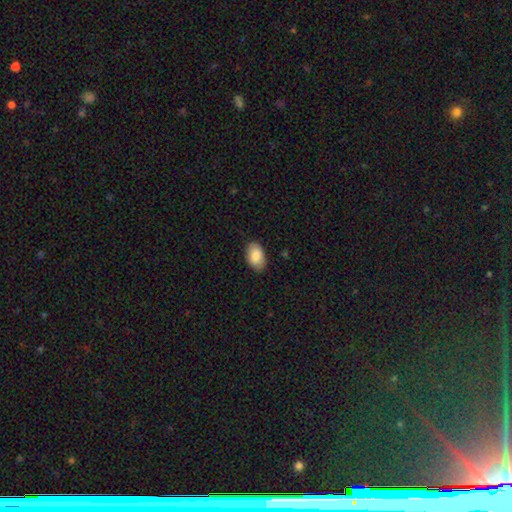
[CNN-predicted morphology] This is clearly a smooth galaxy (86%). How rounded: clearly in between (92%). Merging: clearly none (86%).